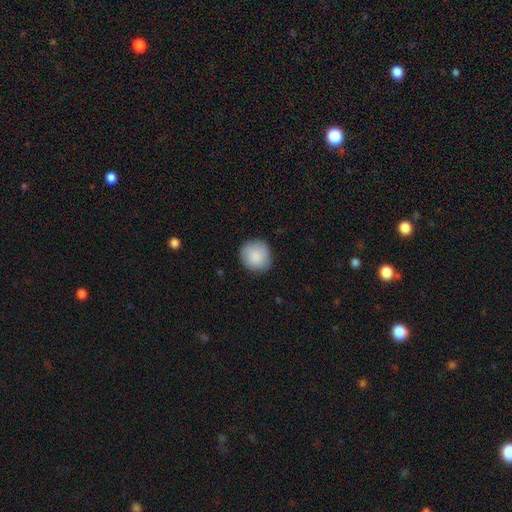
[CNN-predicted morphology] Overall: smooth (88%). How rounded: round (90%). Merging: none (87%).